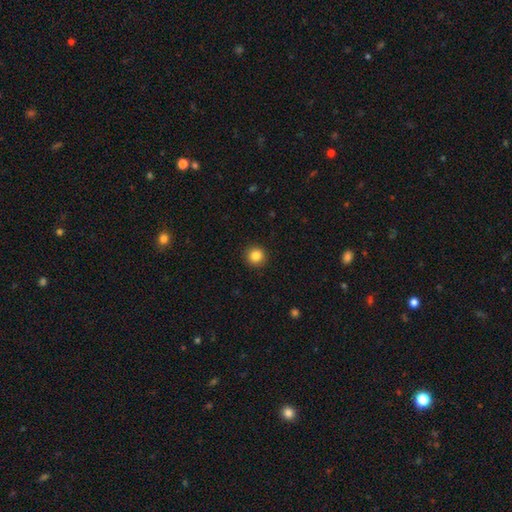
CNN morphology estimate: smooth 85%, star or artifact 10%, featured or disk 5%. Down the decision tree: how rounded — round (95%); merging — none (93%).